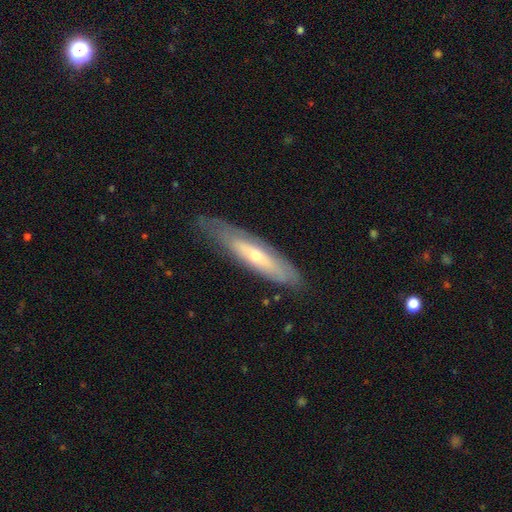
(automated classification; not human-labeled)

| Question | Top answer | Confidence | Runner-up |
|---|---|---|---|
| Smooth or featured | featured or disk | 58% | smooth (35%) |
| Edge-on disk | yes | 52% | no (48%) |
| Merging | none | 72% | minor disturbance (21%) |